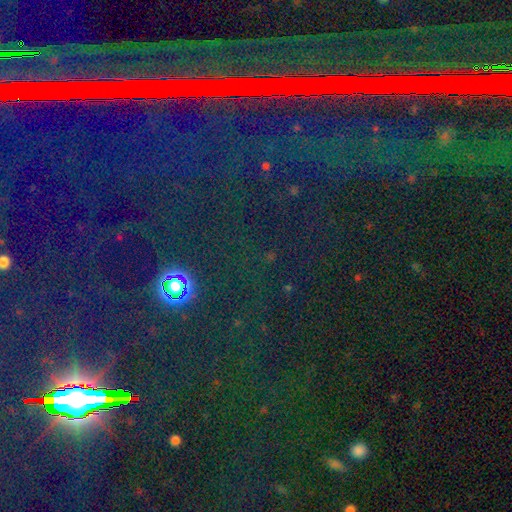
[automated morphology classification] A star or artifact, not a galaxy (82%).